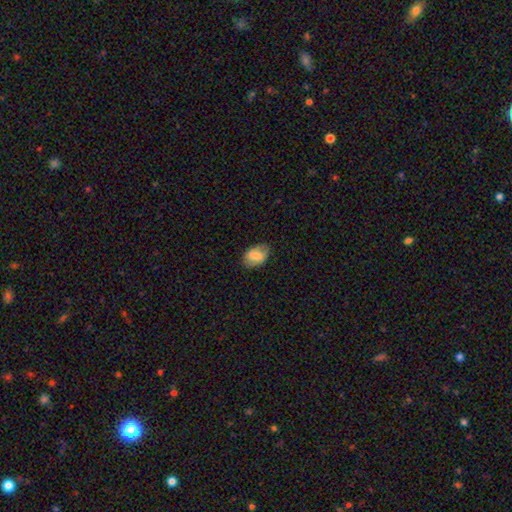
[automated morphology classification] This appears to be a smooth galaxy with no disk features (74%) that is in between round and cigar-shaped (87%). Merging: none (79%).